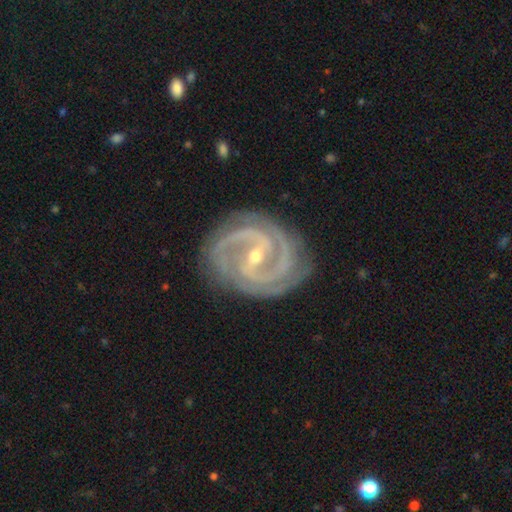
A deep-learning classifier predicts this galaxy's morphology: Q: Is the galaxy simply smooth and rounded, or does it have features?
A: featured or disk — 93%.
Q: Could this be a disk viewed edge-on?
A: no — 98%.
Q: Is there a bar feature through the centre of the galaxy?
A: strong — 48%.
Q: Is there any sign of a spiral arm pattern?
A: yes — 99%.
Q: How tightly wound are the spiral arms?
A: tight — 60%.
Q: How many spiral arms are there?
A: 2 — 57%.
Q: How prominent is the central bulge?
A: small — 61%.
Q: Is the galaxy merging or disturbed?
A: none — 82%.